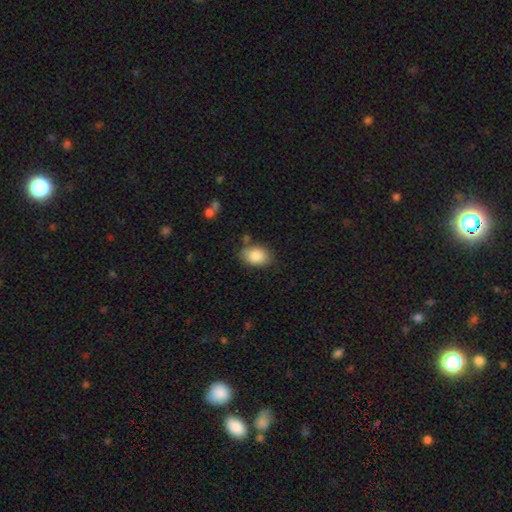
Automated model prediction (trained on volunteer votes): smooth 86%, star or artifact 7%, featured or disk 7%. Down the decision tree: how rounded — in between (80%); merging — none (74%).